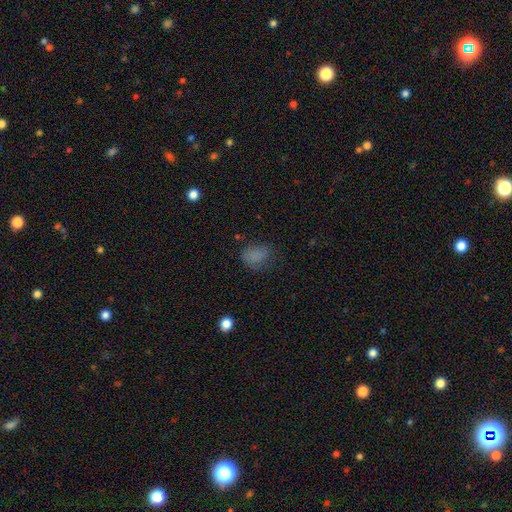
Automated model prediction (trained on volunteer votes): Smooth or featured?
  - smooth: 77% *
  - star or artifact: 15%
  - featured or disk: 8%
How rounded?
  - in between: 62% *
  - round: 36%
  - cigar-shaped: 1%
Merging?
  - none: 64% *
  - minor disturbance: 23%
  - major disturbance: 11%
  - merger: 2%